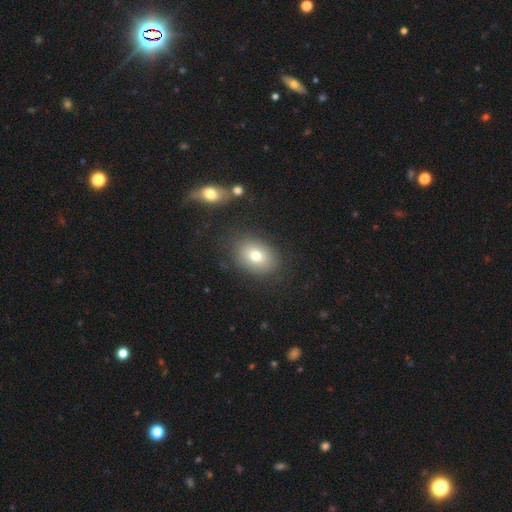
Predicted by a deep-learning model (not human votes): A smooth galaxy with no disk features (76%) that is in between round and cigar-shaped (70%). Merging: none (81%).